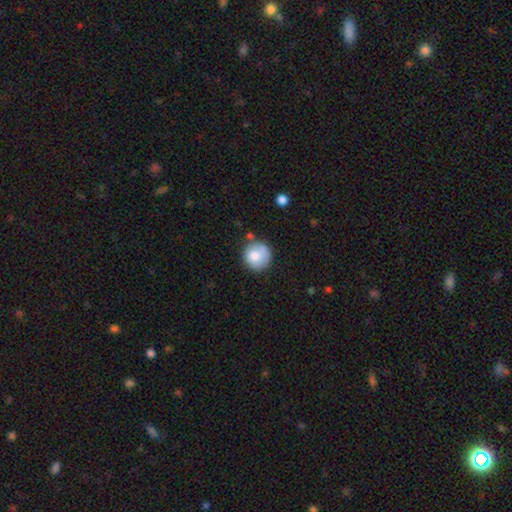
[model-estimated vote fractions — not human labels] Overall: smooth (81%). How rounded: round (93%). Merging: none (70%).